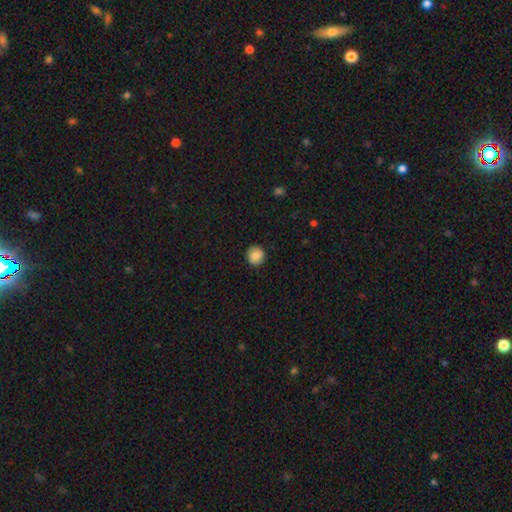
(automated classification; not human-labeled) This appears to be a smooth galaxy with no disk features (87%) that is round (93%). Merging: none (90%).